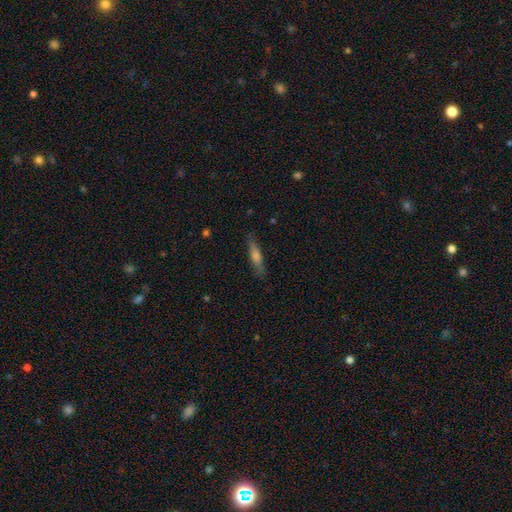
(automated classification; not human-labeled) smooth_or_featured: smooth (p=0.49) [alt: featured or disk p=0.43]
merging: none (p=0.85) [alt: minor disturbance p=0.11]